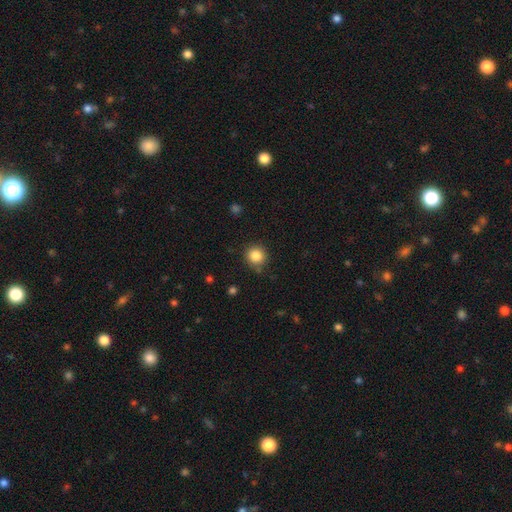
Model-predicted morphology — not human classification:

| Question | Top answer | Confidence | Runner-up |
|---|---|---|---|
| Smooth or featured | smooth | 85% | star or artifact (11%) |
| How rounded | round | 90% | in between (9%) |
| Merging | none | 83% | minor disturbance (12%) |